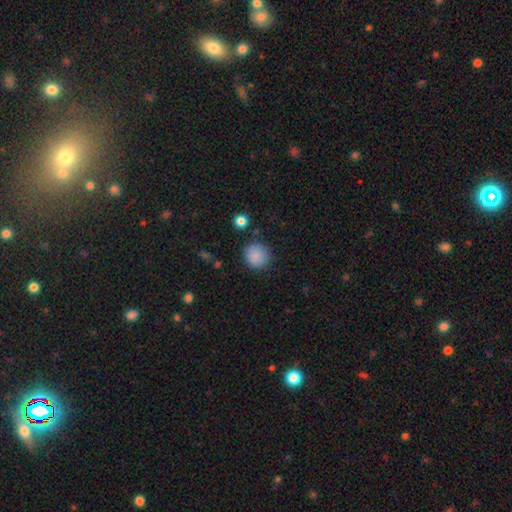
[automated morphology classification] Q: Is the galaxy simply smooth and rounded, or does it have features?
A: smooth — 87%.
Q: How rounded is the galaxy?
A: round — 91%.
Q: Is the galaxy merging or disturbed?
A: none — 84%.